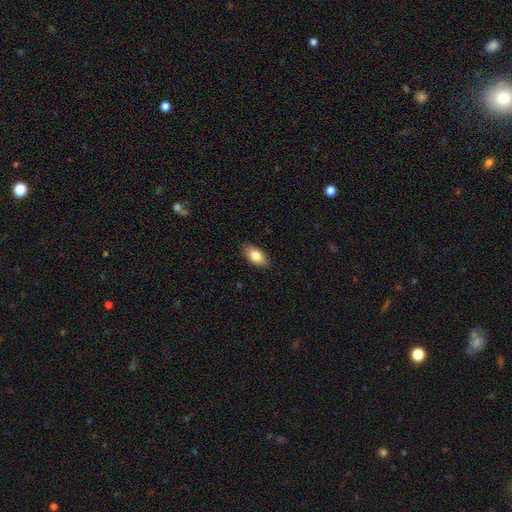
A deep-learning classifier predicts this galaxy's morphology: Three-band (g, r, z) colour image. It shows a smooth galaxy with no disk features (83%) that is in between round and cigar-shaped (92%). Merging: none (88%).